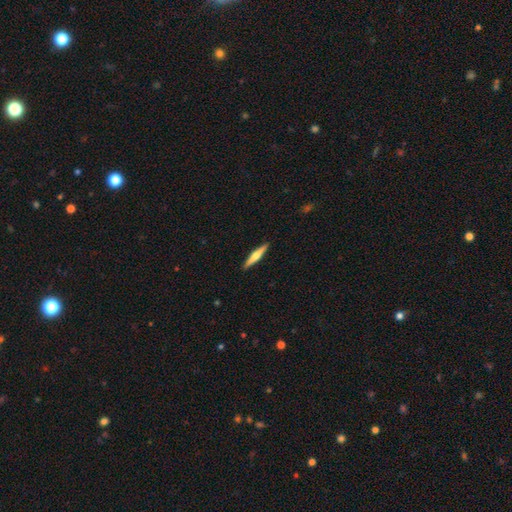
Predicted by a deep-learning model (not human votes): Q: Smooth or featured?
A: featured or disk (55%); runner-up: smooth (40%)
Q: Edge-on disk?
A: yes (97%); runner-up: no (3%)
Q: Edge-on bulge?
A: rounded (87%); runner-up: none (7%)
Q: Merging?
A: none (92%); runner-up: minor disturbance (6%)